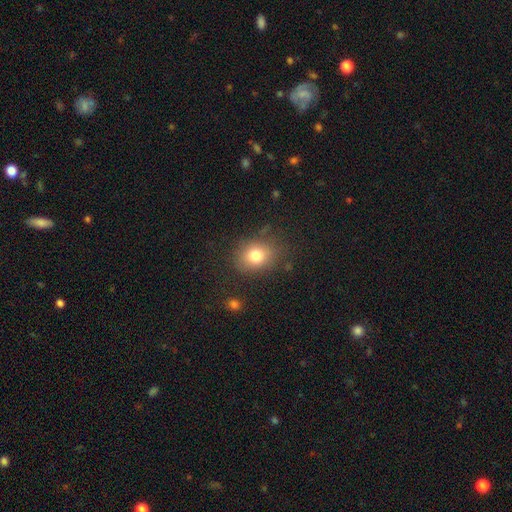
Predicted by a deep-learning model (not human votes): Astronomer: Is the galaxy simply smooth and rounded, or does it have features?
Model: smooth — 78%.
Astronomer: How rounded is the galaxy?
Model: round — 53% (runner-up: in between, 46%).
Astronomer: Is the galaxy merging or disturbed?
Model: none — 78%.